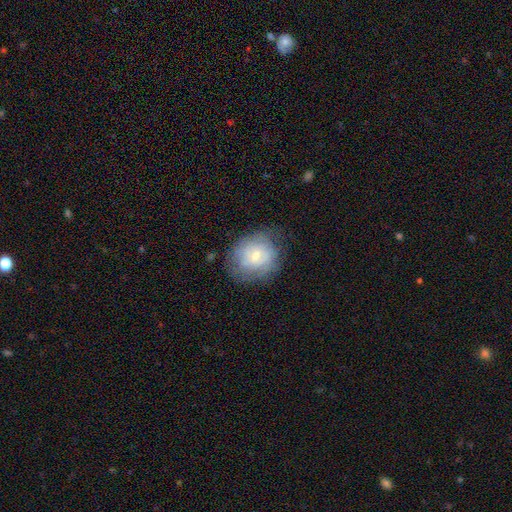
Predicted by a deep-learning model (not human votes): Q: Smooth or featured?
A: smooth (53%); runner-up: featured or disk (39%)
Q: How rounded?
A: round (74%); runner-up: in between (25%)
Q: Merging?
A: none (67%); runner-up: minor disturbance (22%)